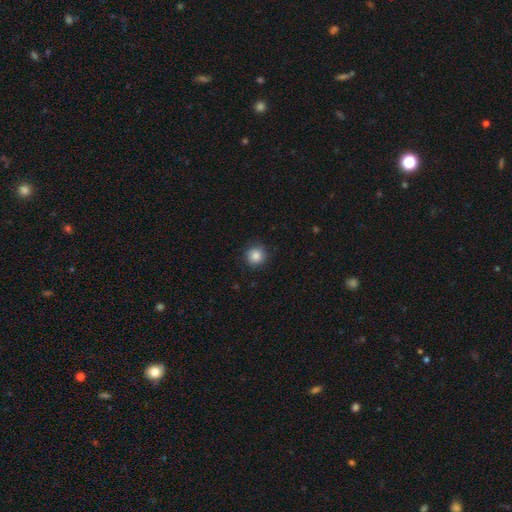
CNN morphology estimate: Overall: smooth (86%). How rounded: round (93%). Merging: none (87%).